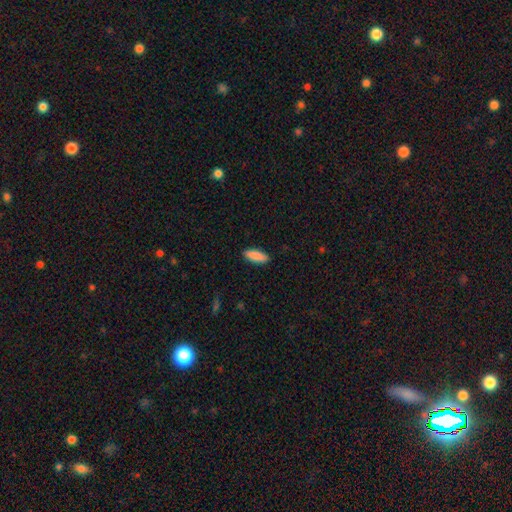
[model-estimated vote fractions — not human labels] Smooth or featured? smooth (89%)
How rounded? in between (61%)
Merging? none (89%)